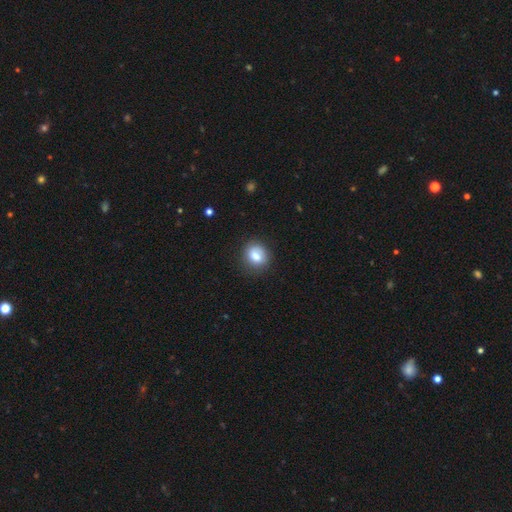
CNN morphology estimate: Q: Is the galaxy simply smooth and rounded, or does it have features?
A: smooth — 80%.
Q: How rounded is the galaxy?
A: round — 65%.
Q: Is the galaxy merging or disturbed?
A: none — 79%.